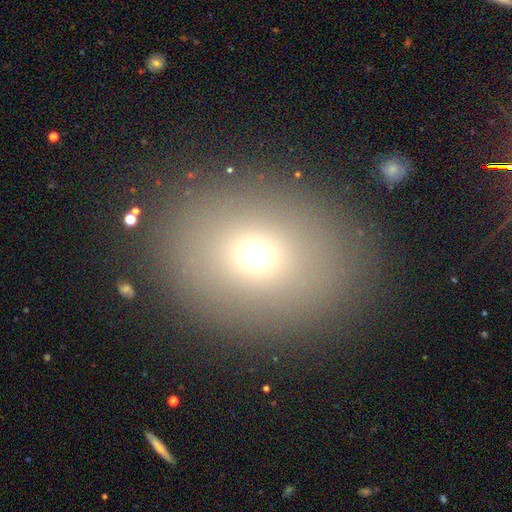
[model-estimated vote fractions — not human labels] The model was most divided on "how rounded": round: 51%, in between: 47%, cigar-shaped: 1%. More confident: merging — none (87%); smooth or featured — smooth (70%).